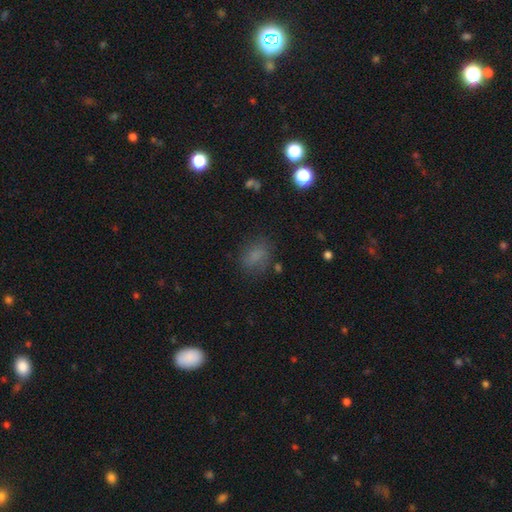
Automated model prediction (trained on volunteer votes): Smooth or featured?
  - smooth: 73% *
  - star or artifact: 17%
  - featured or disk: 10%
How rounded?
  - in between: 65% *
  - round: 33%
  - cigar-shaped: 2%
Merging?
  - none: 70% *
  - minor disturbance: 19%
  - major disturbance: 9%
  - merger: 2%